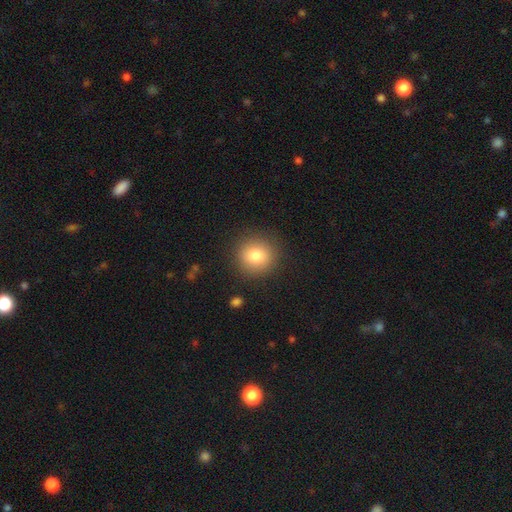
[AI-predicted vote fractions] Smooth or featured?
  - smooth: 81% *
  - star or artifact: 10%
  - featured or disk: 9%
How rounded?
  - round: 91% *
  - in between: 8%
  - cigar-shaped: 1%
Merging?
  - none: 89% *
  - minor disturbance: 7%
  - major disturbance: 3%
  - merger: 1%